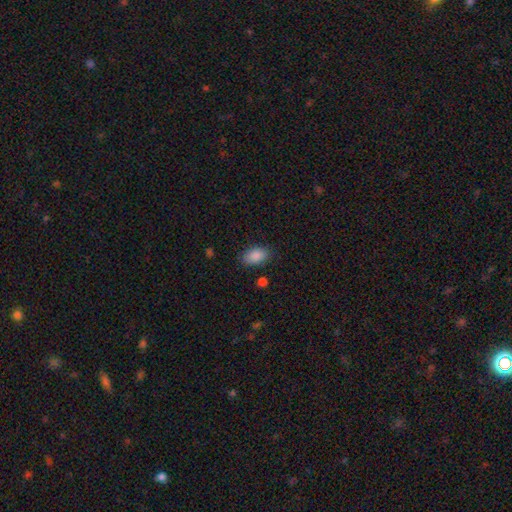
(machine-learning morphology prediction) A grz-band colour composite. It shows a smooth galaxy with no disk features (88%) that is in between round and cigar-shaped (91%). Merging: none (84%).